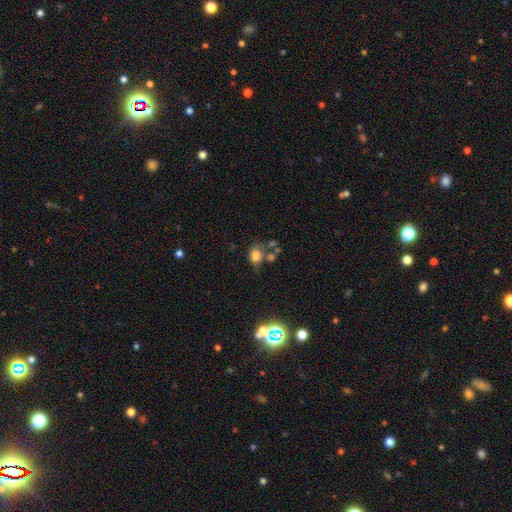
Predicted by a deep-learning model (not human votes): Smooth or featured?
  - smooth: 72% *
  - featured or disk: 14%
  - star or artifact: 14%
How rounded?
  - round: 49% * (tied)
  - in between: 49% * (tied)
  - cigar-shaped: 1%
Merging?
  - none: 36% *
  - merger: 25%
  - minor disturbance: 21%
  - major disturbance: 18%